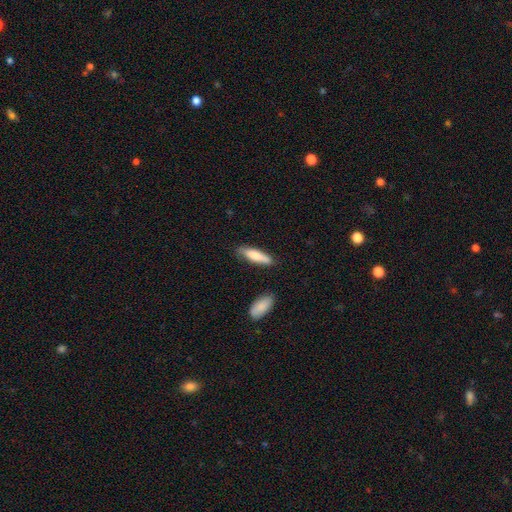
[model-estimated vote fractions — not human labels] smooth_or_featured: smooth (p=0.77) [alt: featured or disk p=0.17]
how_rounded: cigar-shaped (p=0.69) [alt: in between p=0.29]
merging: none (p=0.78) [alt: minor disturbance p=0.15]